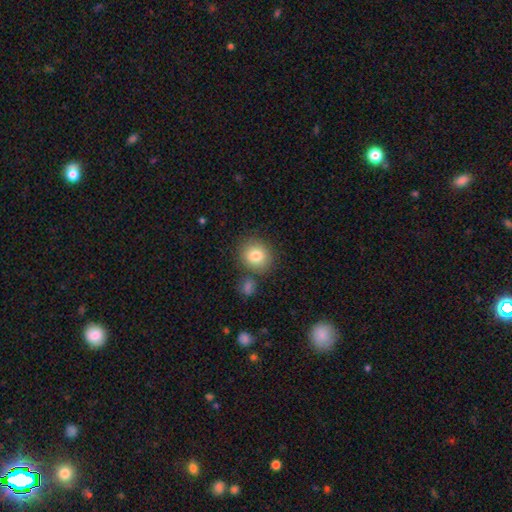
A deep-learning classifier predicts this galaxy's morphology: Smooth or featured: smooth — 82% (star or artifact — 9%)
How rounded: round — 80% (in between — 19%)
Merging: none — 75% (merger — 11%)